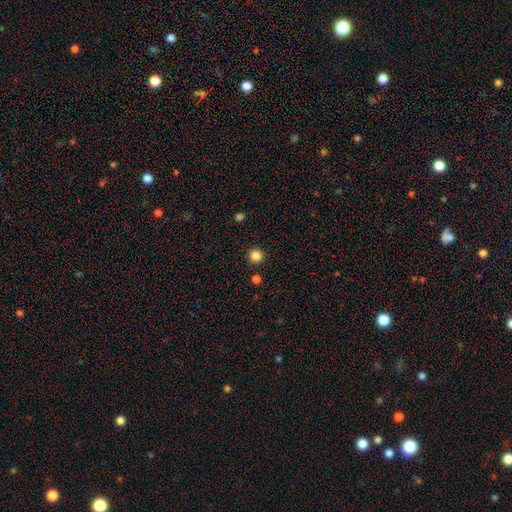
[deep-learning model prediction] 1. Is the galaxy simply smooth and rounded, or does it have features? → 84% smooth, 12% star or artifact, 4% featured or disk.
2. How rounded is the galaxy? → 94% round, 5% in between, 1% cigar-shaped.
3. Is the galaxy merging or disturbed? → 91% none, 5% minor disturbance, 2% merger, 2% major disturbance.